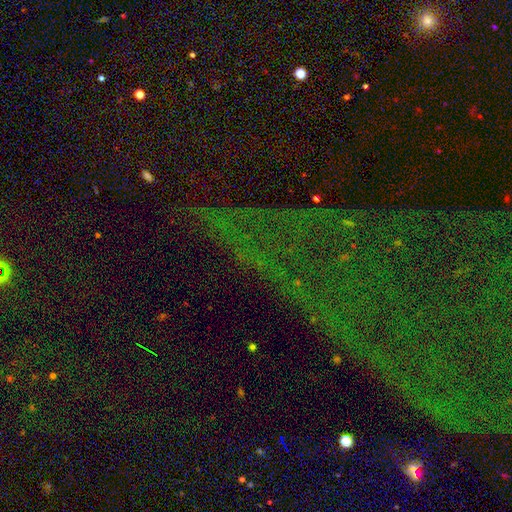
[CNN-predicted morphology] A star or artifact, not a galaxy (83%).

Vote fractions:
- Smooth or featured? star or artifact: 83% / featured or disk: 9% / smooth: 8%